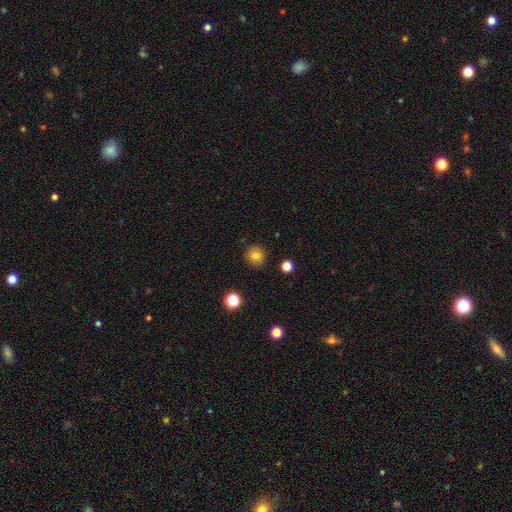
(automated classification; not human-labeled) A smooth galaxy with no disk features (81%) that is round (92%).

Vote fractions:
- Smooth or featured? smooth: 81% / star or artifact: 12% / featured or disk: 8%
- How rounded? round: 92% / in between: 7% / cigar-shaped: 1%
- Merging? none: 90% / minor disturbance: 7% / major disturbance: 2% / merger: 1%